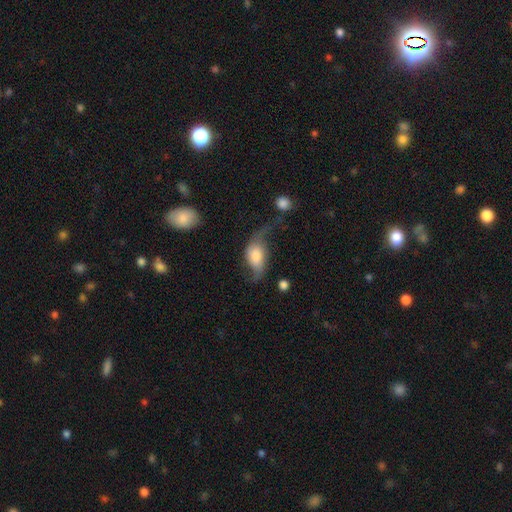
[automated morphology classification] The model was most divided on "merging": none: 39%, major disturbance: 30%, minor disturbance: 25%, merger: 6%. Remaining: edge-on disk — no (91%); spiral arms — yes (88%); smooth or featured — featured or disk (60%); bar — no (53%); bulge size — moderate (40%).